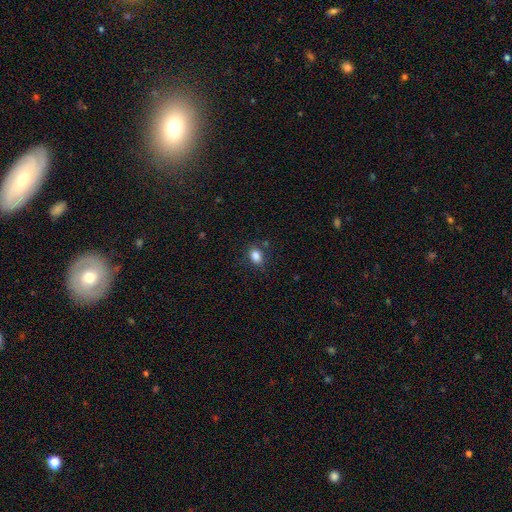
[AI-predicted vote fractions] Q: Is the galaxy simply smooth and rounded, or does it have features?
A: smooth — 83%.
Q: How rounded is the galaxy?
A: in between — 69%.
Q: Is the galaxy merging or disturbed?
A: none — 81%.